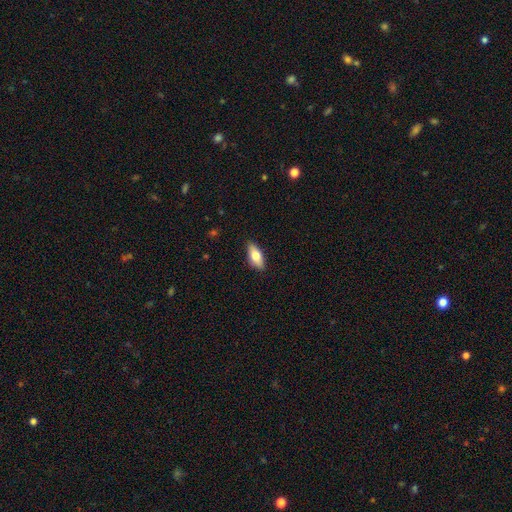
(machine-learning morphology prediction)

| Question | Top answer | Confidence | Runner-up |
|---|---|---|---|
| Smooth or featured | smooth | 72% | featured or disk (22%) |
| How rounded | in between | 80% | cigar-shaped (17%) |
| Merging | none | 87% | minor disturbance (10%) |